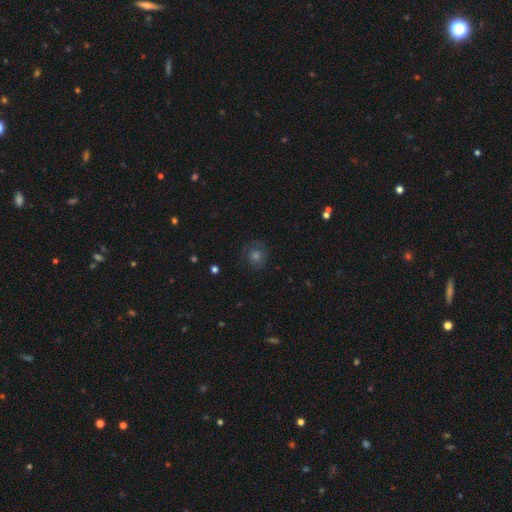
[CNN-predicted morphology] type=smooth (52%); roundness=round (89%); merging=none (81%).